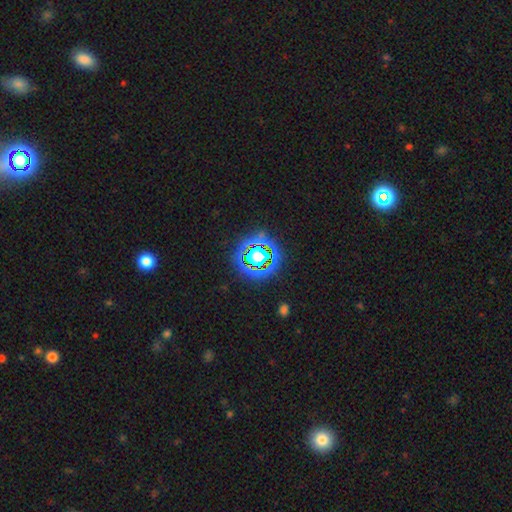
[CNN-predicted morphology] This is likely a star or artifact rather than a galaxy (67%).